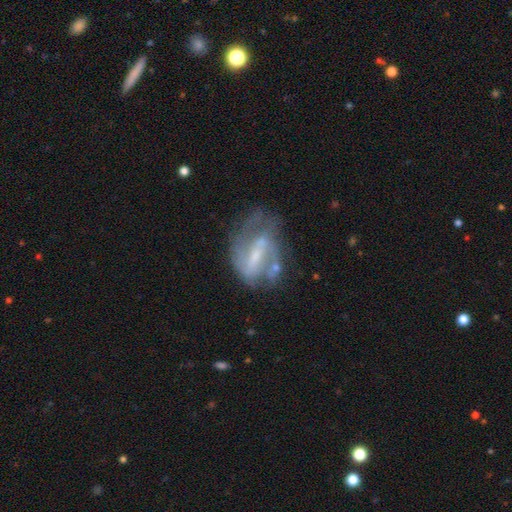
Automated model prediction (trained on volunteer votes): This is likely a featured or disk galaxy (77%). It is clearly not viewed edge-on (96%). Bar: marginally strong (43%). Spiral arm pattern: likely yes (79%). Spiral arm count: likely 2 (60%). Spiral winding: marginally medium (45%). Central bulge: possibly small (47%). Merging: possibly none (47%).